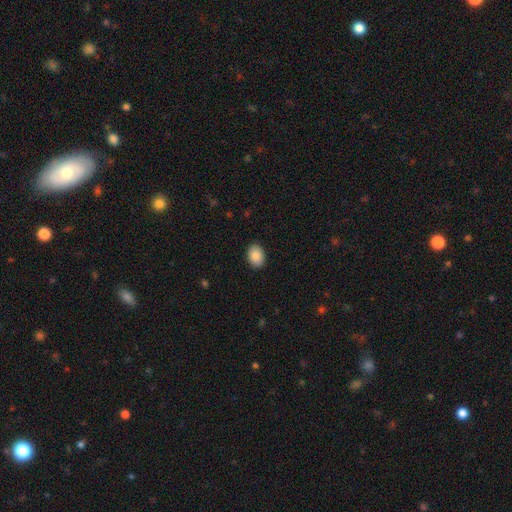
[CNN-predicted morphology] Q: Smooth or featured?
A: smooth (89%); runner-up: star or artifact (7%)
Q: How rounded?
A: in between (75%); runner-up: round (24%)
Q: Merging?
A: none (90%); runner-up: minor disturbance (7%)